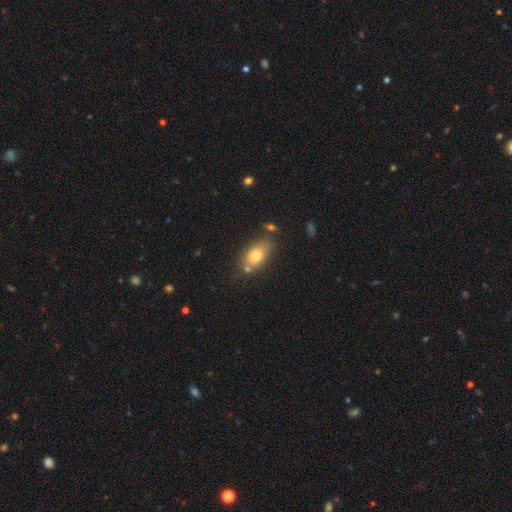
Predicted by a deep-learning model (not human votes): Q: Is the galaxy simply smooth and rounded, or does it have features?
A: smooth — 77%.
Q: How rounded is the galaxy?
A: in between — 86%.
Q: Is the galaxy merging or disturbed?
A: none — 69%.